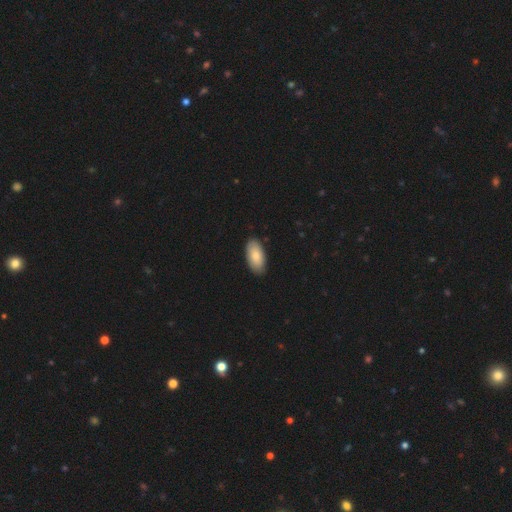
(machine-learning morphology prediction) Q: Smooth or featured?
A: smooth (83%); runner-up: featured or disk (11%)
Q: How rounded?
A: in between (95%); runner-up: cigar-shaped (3%)
Q: Merging?
A: none (88%); runner-up: minor disturbance (9%)